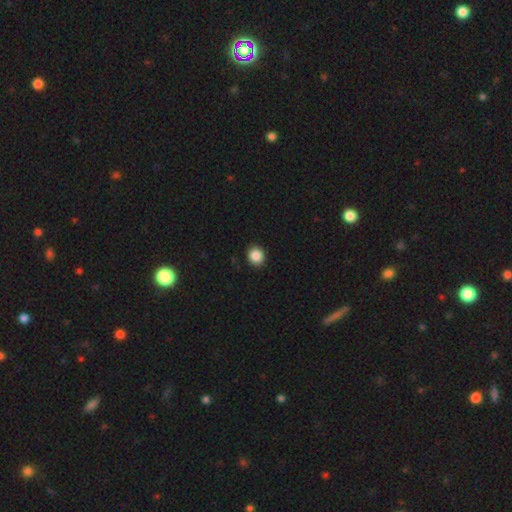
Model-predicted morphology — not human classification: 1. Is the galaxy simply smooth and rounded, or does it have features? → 87% smooth, 9% star or artifact, 4% featured or disk.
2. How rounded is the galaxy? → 76% round, 23% in between, 1% cigar-shaped.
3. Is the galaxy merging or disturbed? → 91% none, 6% minor disturbance, 2% major disturbance, 1% merger.